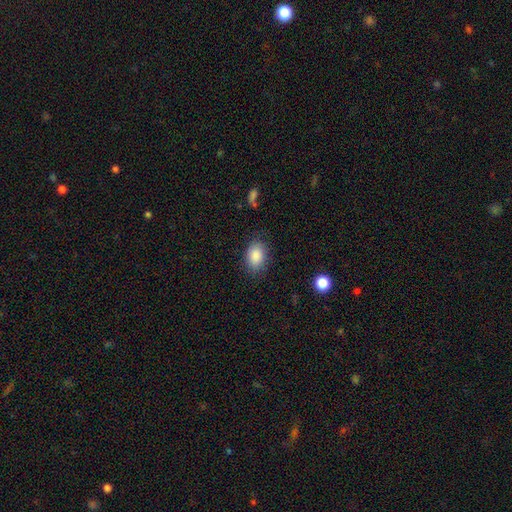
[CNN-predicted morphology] Q: Smooth or featured?
A: smooth (88%); runner-up: star or artifact (7%)
Q: How rounded?
A: in between (83%); runner-up: round (16%)
Q: Merging?
A: none (81%); runner-up: minor disturbance (14%)